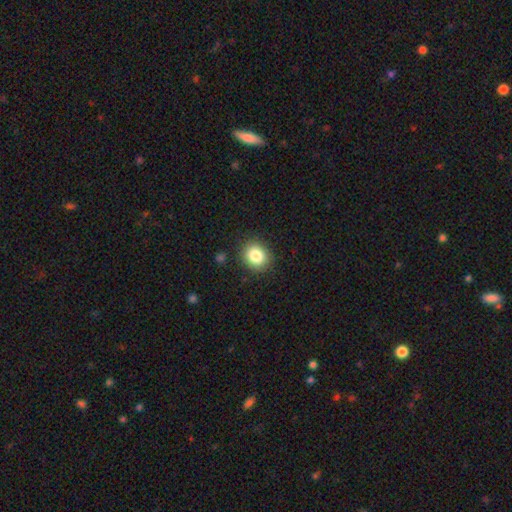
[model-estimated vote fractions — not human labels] Smooth or featured: smooth — 84% (star or artifact — 10%)
How rounded: round — 73% (in between — 26%)
Merging: none — 88% (minor disturbance — 8%)